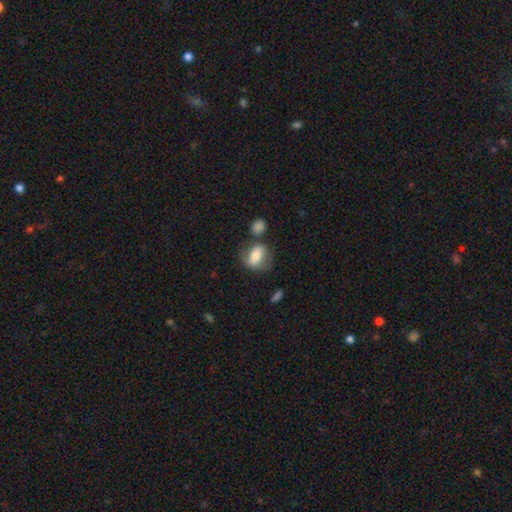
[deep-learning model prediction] The model was most divided on "smooth or featured": smooth: 59%, featured or disk: 33%, star or artifact: 8%. More confident: how rounded — in between (65%); merging — none (55%).